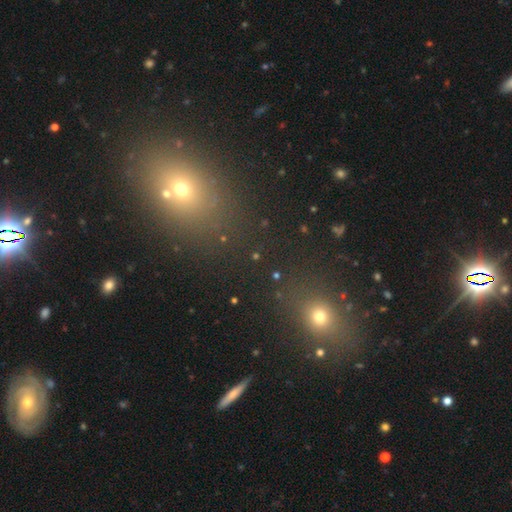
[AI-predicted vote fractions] A smooth galaxy with no disk features (47%).

Vote fractions:
- Smooth or featured? smooth: 47% / star or artifact: 41% / featured or disk: 12%
- Merging? none: 74% / merger: 13% / minor disturbance: 8% / major disturbance: 6%